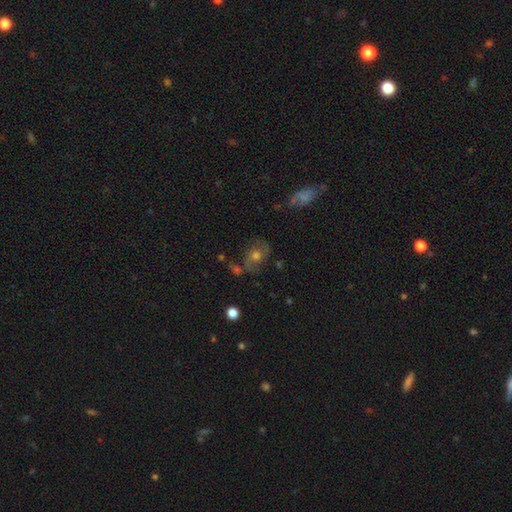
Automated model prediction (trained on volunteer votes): featured or disk 54%, smooth 29%, star or artifact 17%. Down the decision tree: edge-on disk — no (95%); bar — no (75%); spiral arms — yes (75%); bulge size — moderate (67%); merging — none (64%).